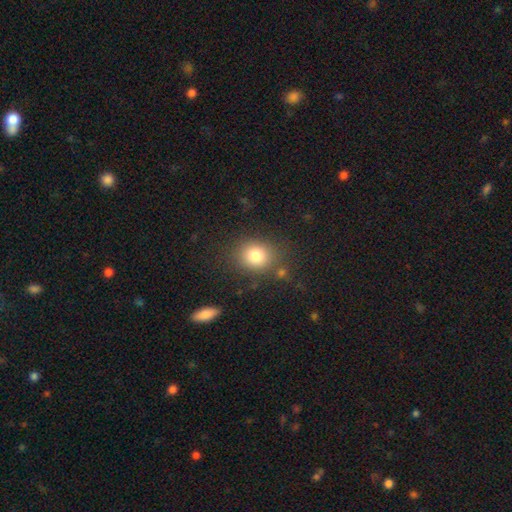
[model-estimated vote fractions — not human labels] A smooth galaxy with no disk features (81%) that is round (70%).

Vote fractions:
- Smooth or featured? smooth: 81% / star or artifact: 11% / featured or disk: 8%
- How rounded? round: 70% / in between: 29% / cigar-shaped: 1%
- Merging? none: 80% / minor disturbance: 11% / major disturbance: 5% / merger: 4%